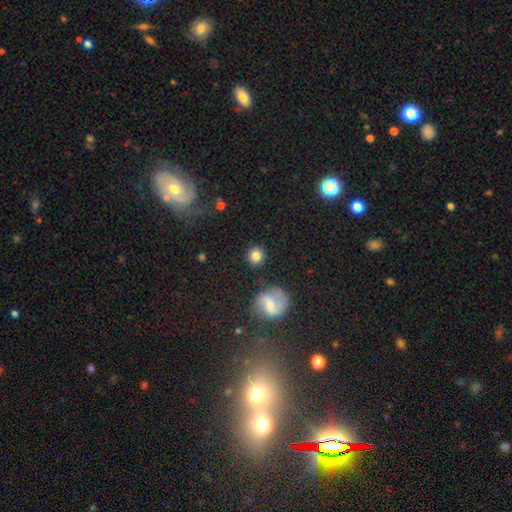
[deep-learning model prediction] smooth_or_featured: smooth (p=0.80) [alt: featured or disk p=0.11]
how_rounded: round (p=0.90) [alt: in between p=0.08]
merging: none (p=0.85) [alt: minor disturbance p=0.09]